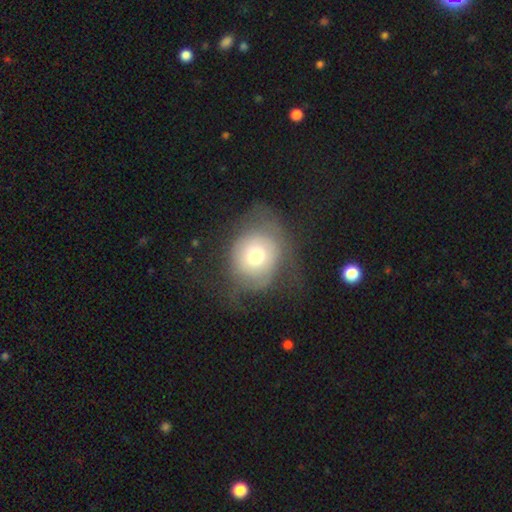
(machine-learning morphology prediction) smooth-or-featured: smooth: 55% | featured or disk: 36% | star or artifact: 9%
  how-rounded: round: 68% | in between: 31% | cigar-shaped: 1%
  merging: none: 47% | major disturbance: 26% | minor disturbance: 25% | merger: 2%